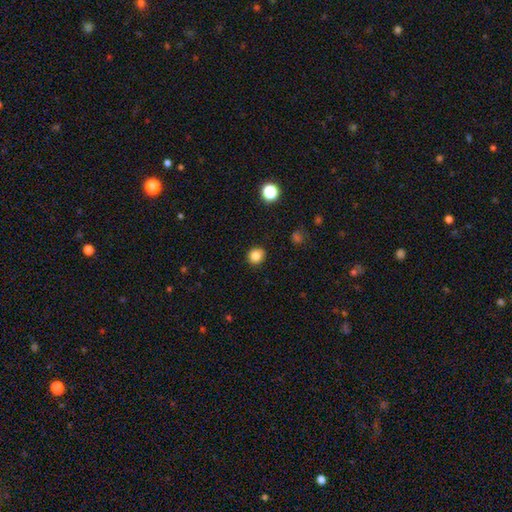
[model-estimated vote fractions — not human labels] Smooth or featured: smooth — 84% (star or artifact — 12%)
How rounded: round — 85% (in between — 14%)
Merging: none — 90% (minor disturbance — 7%)